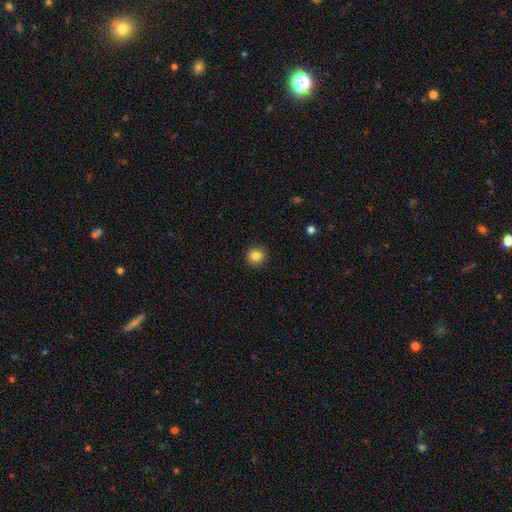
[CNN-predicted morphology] A smooth galaxy with no disk features (84%) that is round (90%).

Vote fractions:
- Smooth or featured? smooth: 84% / star or artifact: 11% / featured or disk: 6%
- How rounded? round: 90% / in between: 9% / cigar-shaped: 1%
- Merging? none: 92% / minor disturbance: 5% / major disturbance: 2% / merger: 1%